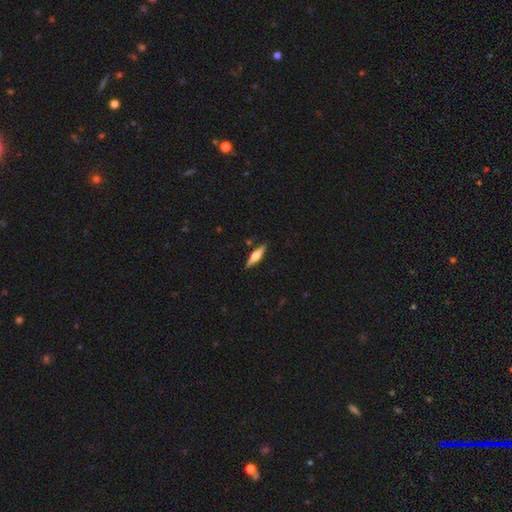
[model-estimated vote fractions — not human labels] This is likely a featured or disk galaxy (60%). It is clearly viewed edge-on (96%). Edge-on bulge: clearly rounded (90%). Merging: clearly none (89%).